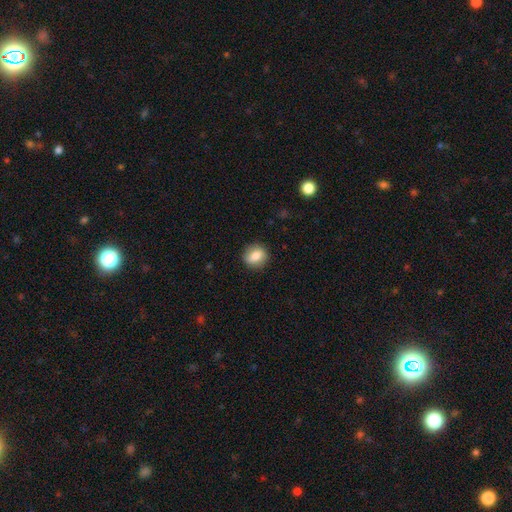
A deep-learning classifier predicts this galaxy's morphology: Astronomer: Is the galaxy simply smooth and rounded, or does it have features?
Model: smooth — 80%.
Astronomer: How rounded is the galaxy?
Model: round — 64%.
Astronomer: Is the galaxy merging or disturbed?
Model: none — 85%.